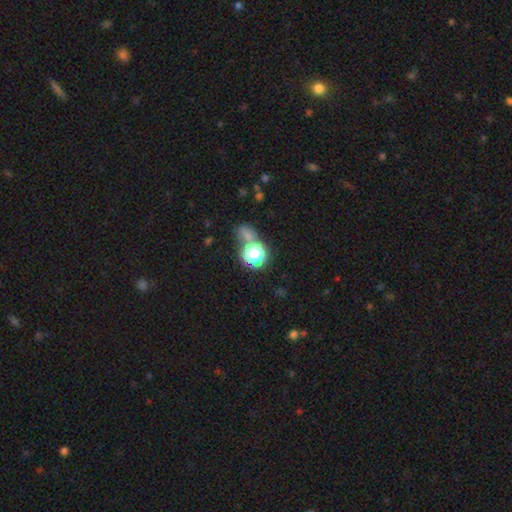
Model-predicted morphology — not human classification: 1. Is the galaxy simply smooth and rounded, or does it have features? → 53% star or artifact, 39% smooth, 8% featured or disk.